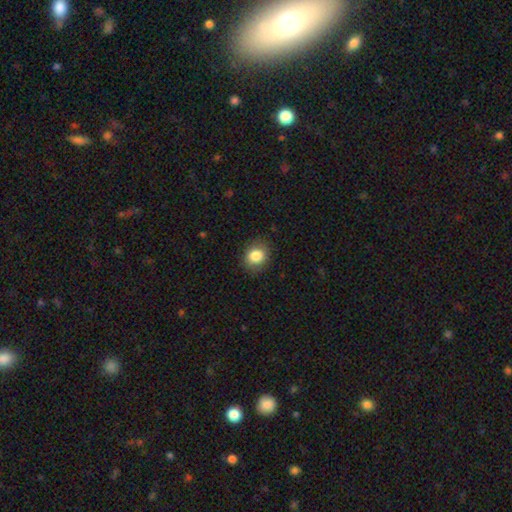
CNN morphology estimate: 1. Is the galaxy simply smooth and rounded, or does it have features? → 85% smooth, 9% star or artifact, 6% featured or disk.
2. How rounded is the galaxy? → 61% round, 38% in between, 1% cigar-shaped.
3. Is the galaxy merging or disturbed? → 85% none, 11% minor disturbance, 3% major disturbance, 1% merger.